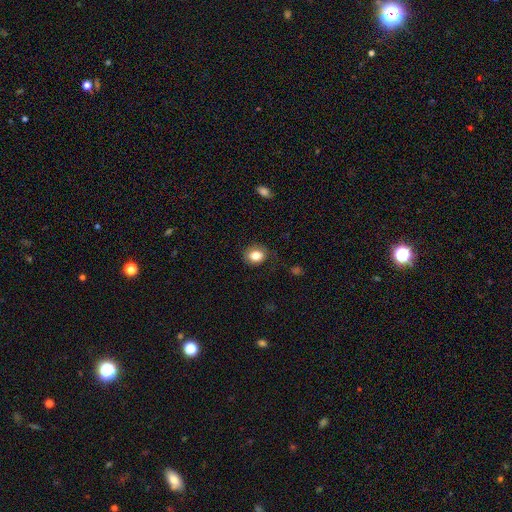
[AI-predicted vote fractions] A smooth galaxy with no disk features (82%) that is round (54%).

Vote fractions:
- Smooth or featured? smooth: 82% / star or artifact: 9% / featured or disk: 9%
- How rounded? round: 54% / in between: 45% / cigar-shaped: 1%
- Merging? none: 74% / minor disturbance: 18% / major disturbance: 7% / merger: 1%